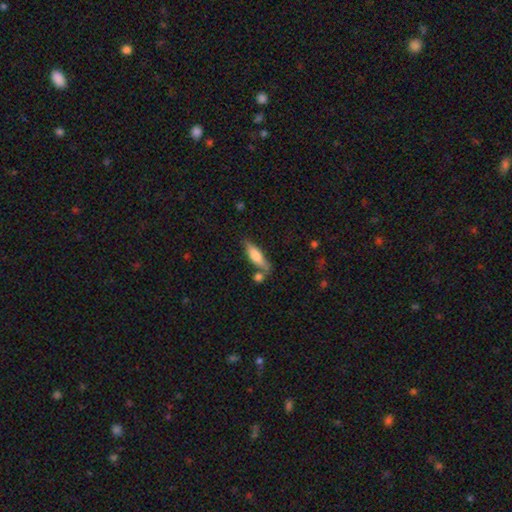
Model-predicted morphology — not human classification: Smooth or featured? smooth (64%)
How rounded? cigar-shaped (59%)
Merging? none (65%)